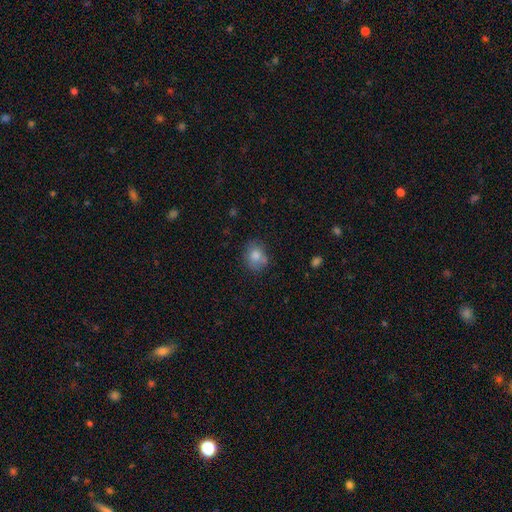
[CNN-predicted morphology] Smooth or featured? Predicted: smooth (p=0.79). How rounded? Predicted: round (p=0.55). Merging? Predicted: none (p=0.67).